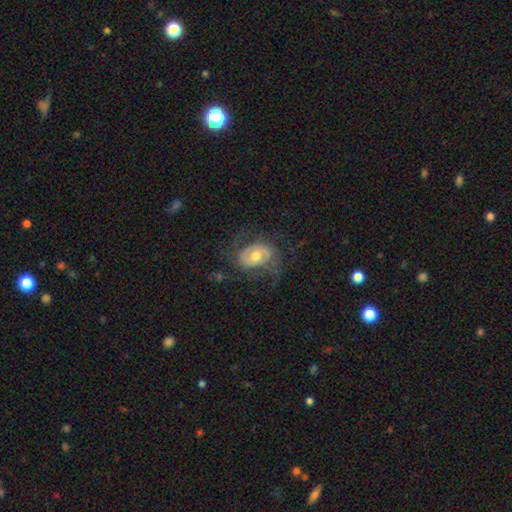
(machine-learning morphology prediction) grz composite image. It shows a featured or disk galaxy (63%) with no bar (58%), spiral arms (76%) and a moderate central bulge (71%). Merging: none (56%).